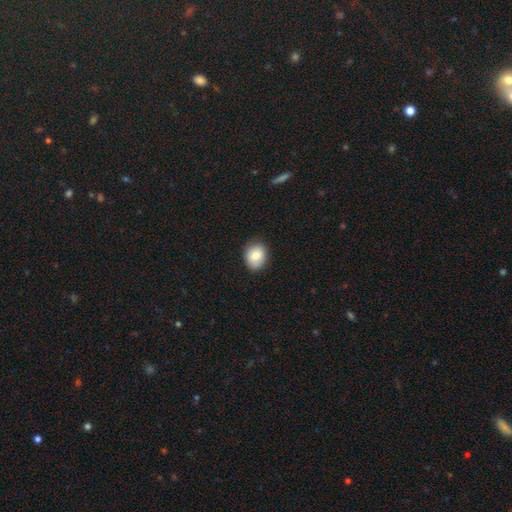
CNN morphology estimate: type=smooth (82%); roundness=round (52%); merging=none (83%).